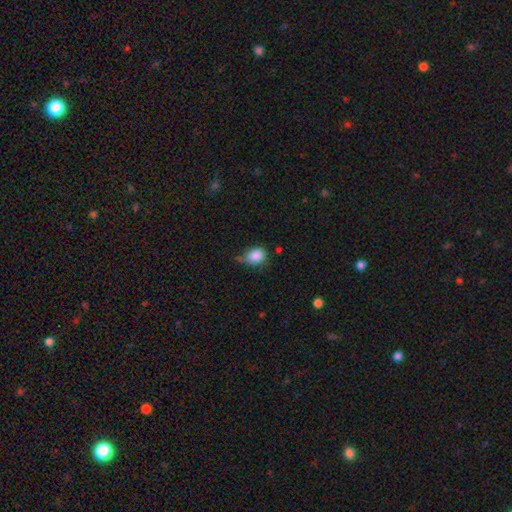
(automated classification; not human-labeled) This appears to be a smooth galaxy with no disk features (84%) that is in between round and cigar-shaped (61%). Merging: none (42%).